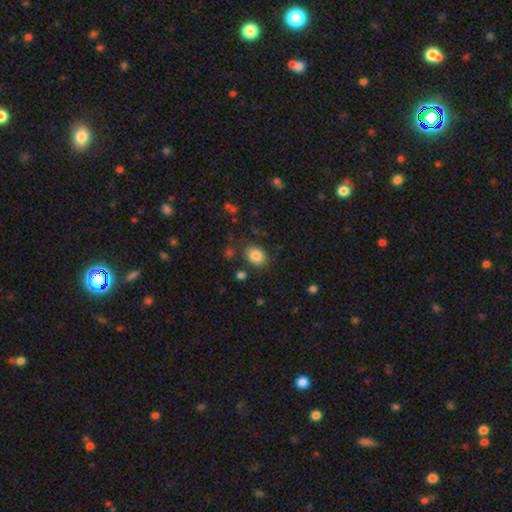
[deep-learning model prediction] smooth_or_featured: smooth (p=0.85) [alt: star or artifact p=0.09]
how_rounded: in between (p=0.69) [alt: round p=0.30]
merging: none (p=0.81) [alt: minor disturbance p=0.12]